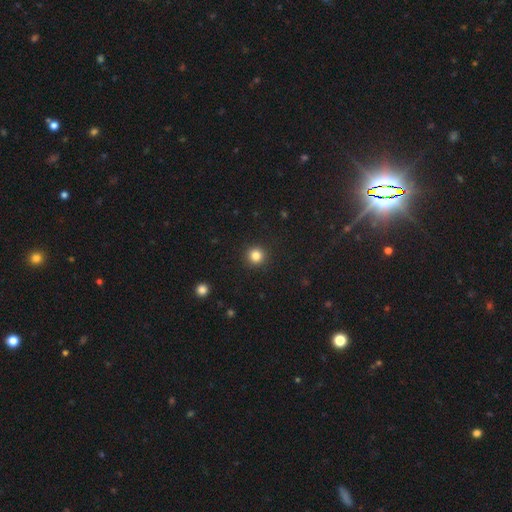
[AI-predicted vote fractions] Morphology: type=smooth (83%); roundness=round (95%); merging=none (92%).